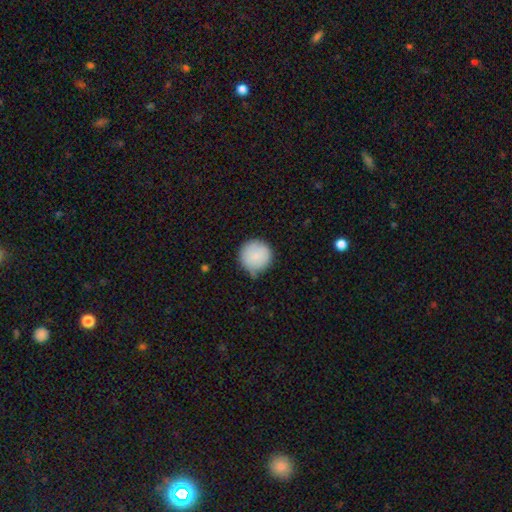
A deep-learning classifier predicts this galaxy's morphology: Smooth or featured? smooth (86%)
How rounded? round (95%)
Merging? none (73%)